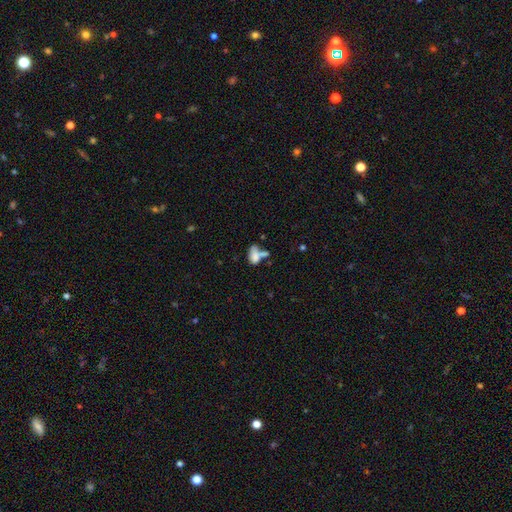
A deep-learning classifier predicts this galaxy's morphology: type=smooth (72%); roundness=in between (86%); merging=merger (49%).